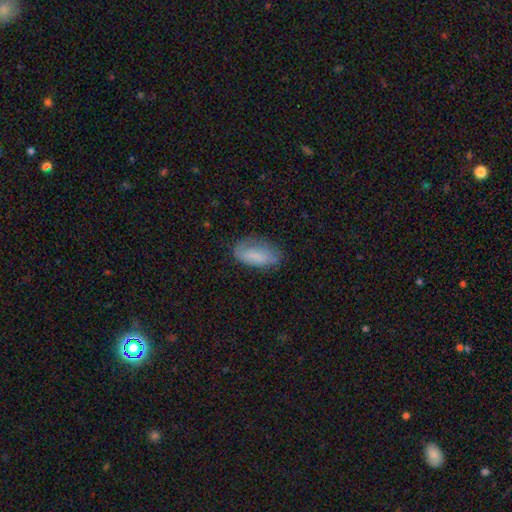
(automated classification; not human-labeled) This is likely a smooth galaxy (76%). How rounded: clearly in between (92%). Merging: likely none (60%).